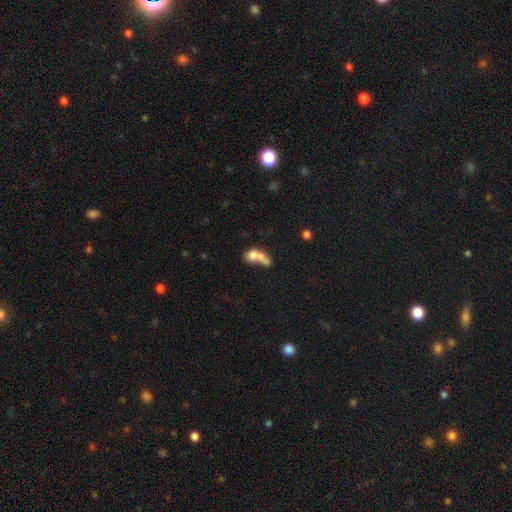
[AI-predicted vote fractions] Smooth or featured: smooth — 64% (featured or disk — 26%)
How rounded: in between — 60% (round — 34%)
Merging: merger — 68% (none — 17%)